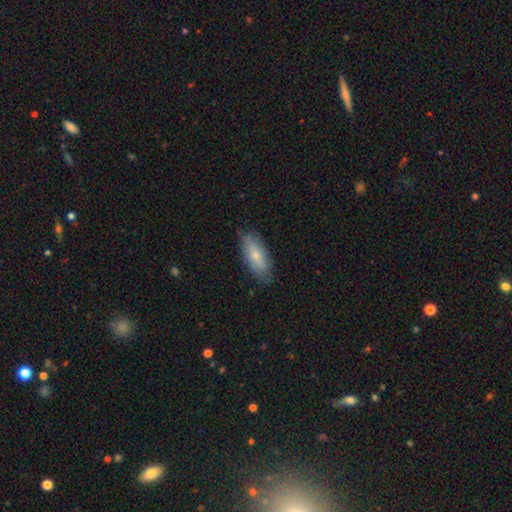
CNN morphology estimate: Smooth or featured?
  - smooth: 67% *
  - featured or disk: 27%
  - star or artifact: 6%
How rounded?
  - in between: 76% *
  - cigar-shaped: 21%
  - round: 3%
Merging?
  - none: 78% *
  - minor disturbance: 17%
  - major disturbance: 3%
  - merger: 1%